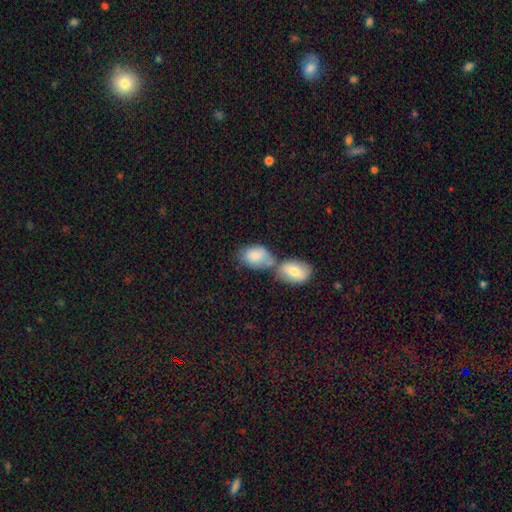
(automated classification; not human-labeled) smooth 81%, featured or disk 14%, star or artifact 6%. Down the decision tree: how rounded — in between (86%); merging — merger (59%).